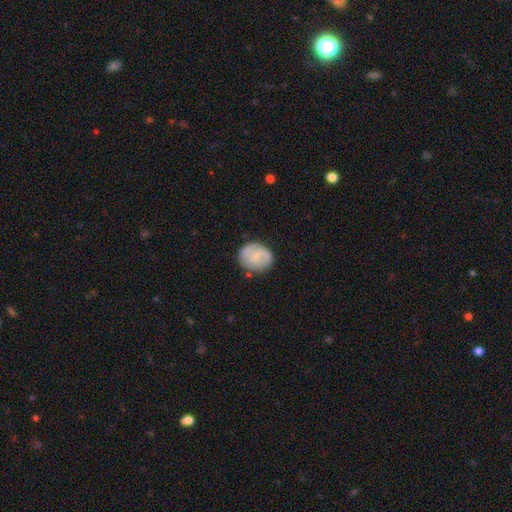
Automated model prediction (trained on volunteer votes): Smooth or featured?
  - smooth: 60% *
  - featured or disk: 33%
  - star or artifact: 7%
How rounded?
  - round: 72% *
  - in between: 27%
  - cigar-shaped: 1%
Merging?
  - none: 73% *
  - minor disturbance: 18%
  - major disturbance: 6%
  - merger: 3%